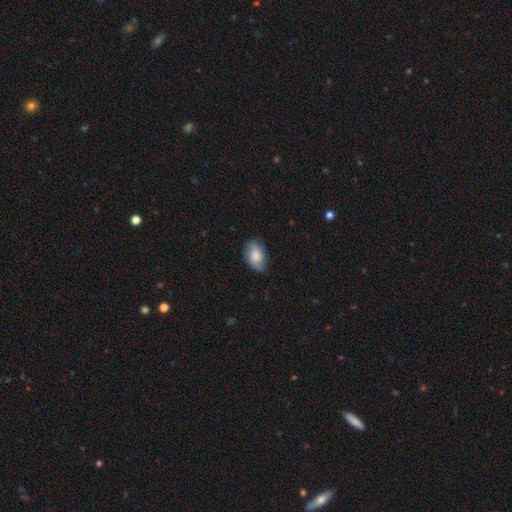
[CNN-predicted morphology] This appears to be a smooth galaxy with no disk features (78%) that is in between round and cigar-shaped (92%). Merging: none (79%).